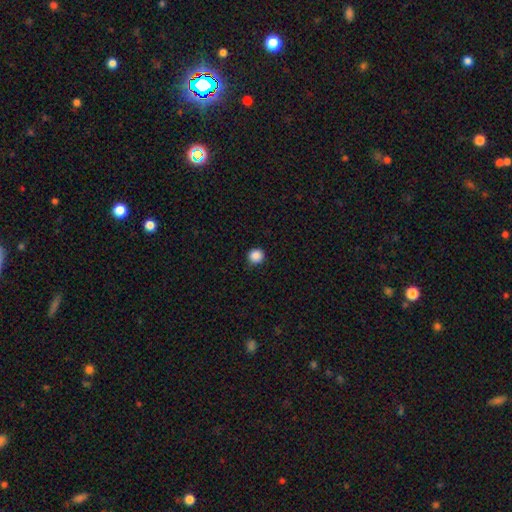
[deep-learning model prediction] The model was most divided on "smooth or featured": smooth: 88%, star or artifact: 10%, featured or disk: 2%. More confident: how rounded — round (94%); merging — none (91%).